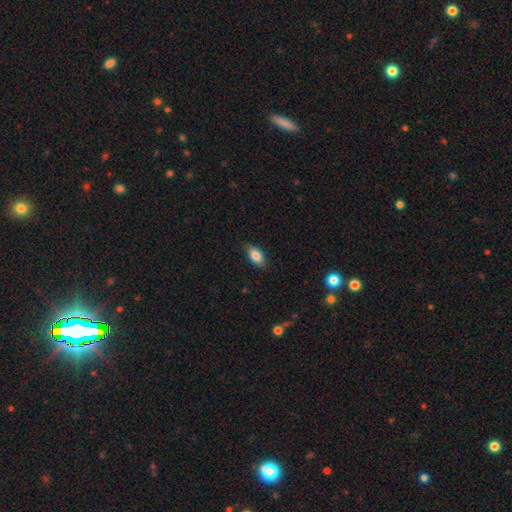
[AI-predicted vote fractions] This is clearly a smooth galaxy (84%). How rounded: clearly in between (90%). Merging: clearly none (83%).